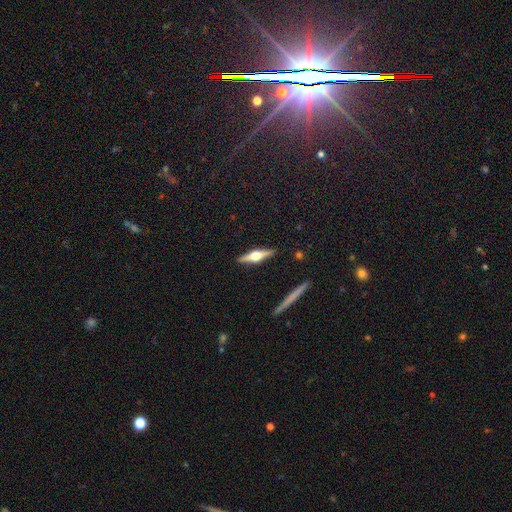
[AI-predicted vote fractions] This is likely a featured or disk galaxy (72%). It is clearly viewed edge-on (97%). Edge-on bulge: clearly rounded (95%). Merging: clearly none (90%).